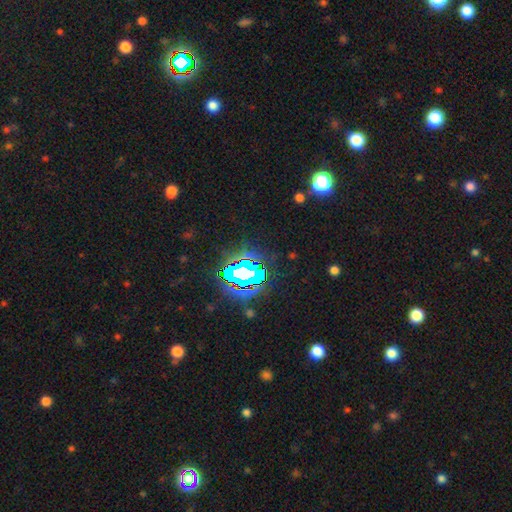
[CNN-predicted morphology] smooth-or-featured: star or artifact: 83% | smooth: 11% | featured or disk: 7%